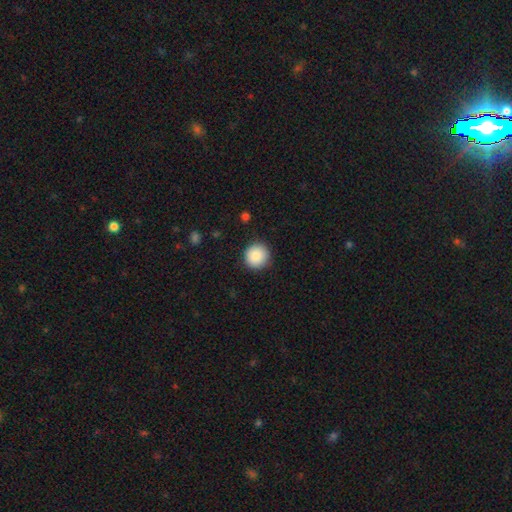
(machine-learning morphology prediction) This appears to be a smooth galaxy with no disk features (89%) that is round (94%). Merging: none (90%).